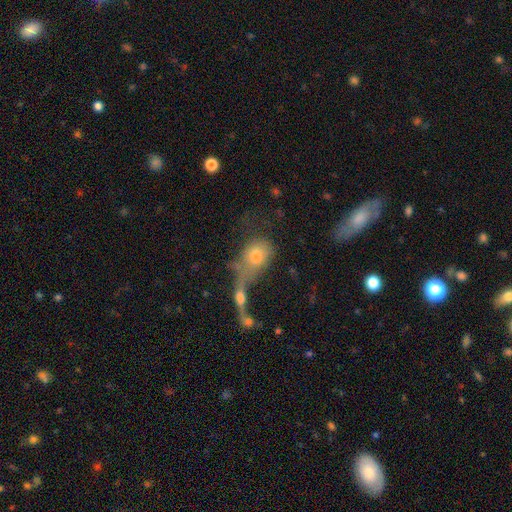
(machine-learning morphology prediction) Smooth or featured? Predicted: smooth (p=0.62). How rounded? Predicted: in between (p=0.69). Merging? Predicted: merger (p=0.52).